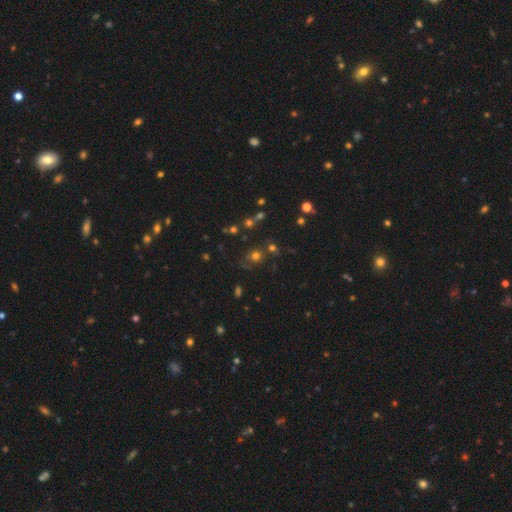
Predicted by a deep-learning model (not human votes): Smooth or featured? smooth (60%)
How rounded? round (86%)
Merging? none (66%)